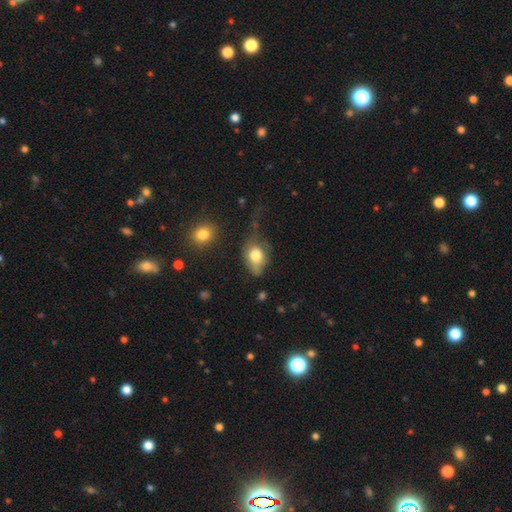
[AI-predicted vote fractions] Smooth or featured? smooth (76%)
How rounded? in between (69%)
Merging? none (34%)